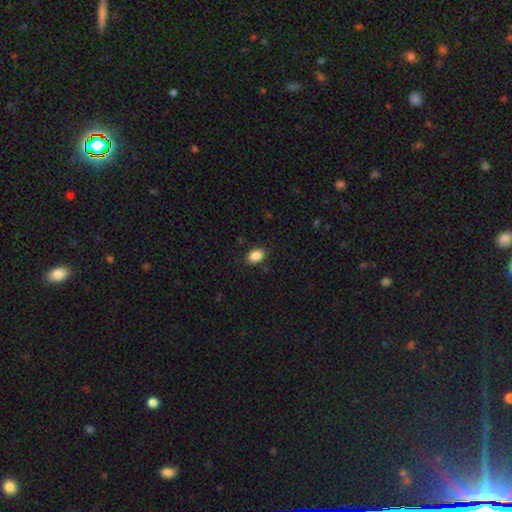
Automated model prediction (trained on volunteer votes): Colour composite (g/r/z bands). It shows a smooth galaxy with no disk features (87%) that is in between round and cigar-shaped (81%). Merging: none (87%).